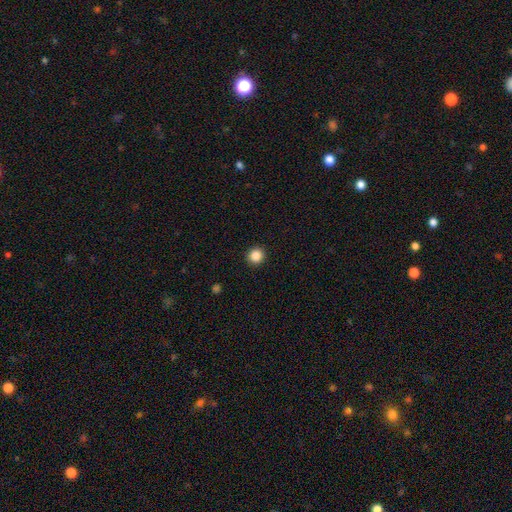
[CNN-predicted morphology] type=smooth (86%); roundness=round (95%); merging=none (93%).